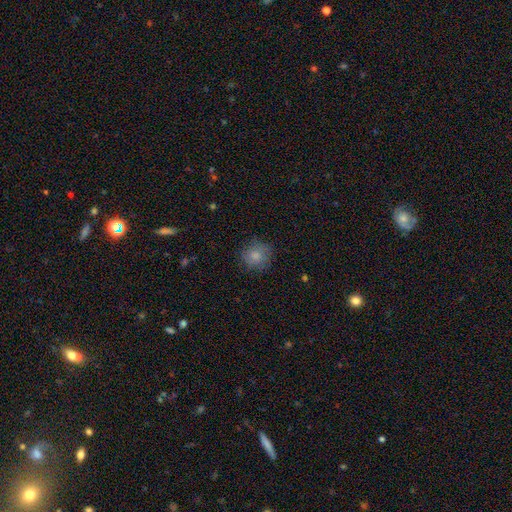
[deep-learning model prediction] smooth-or-featured: smooth: 83% | star or artifact: 9% | featured or disk: 8%
  how-rounded: round: 86% | in between: 13% | cigar-shaped: 1%
  merging: none: 80% | minor disturbance: 15% | major disturbance: 4% | merger: 1%